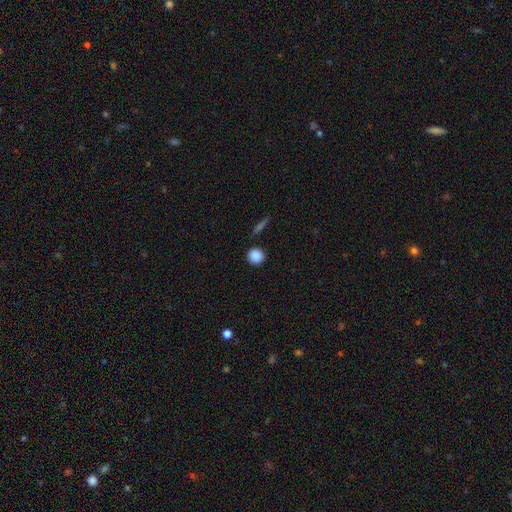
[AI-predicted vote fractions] This appears to be a smooth galaxy with no disk features (88%) that is round (93%). Merging: none (90%).